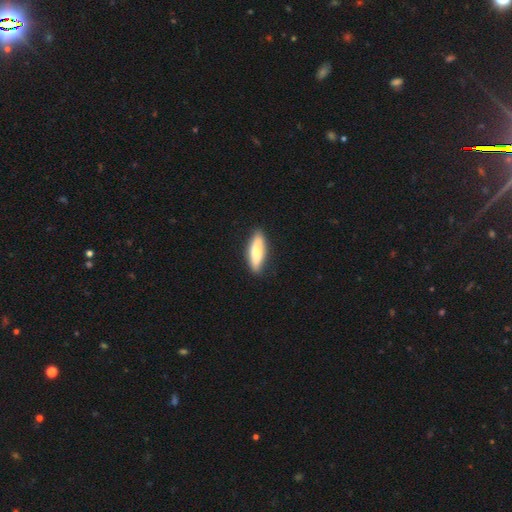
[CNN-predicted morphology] smooth 69%, featured or disk 25%, star or artifact 5%. Down the decision tree: how rounded — cigar-shaped (63%); merging — none (89%).